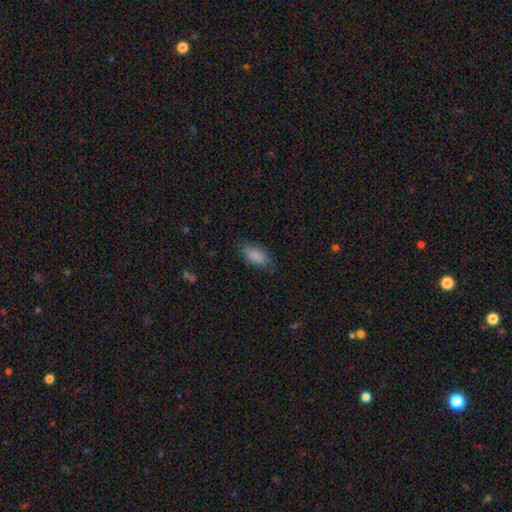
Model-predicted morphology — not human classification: This appears to be a smooth galaxy with no disk features (86%) that is in between round and cigar-shaped (88%). Merging: none (73%).